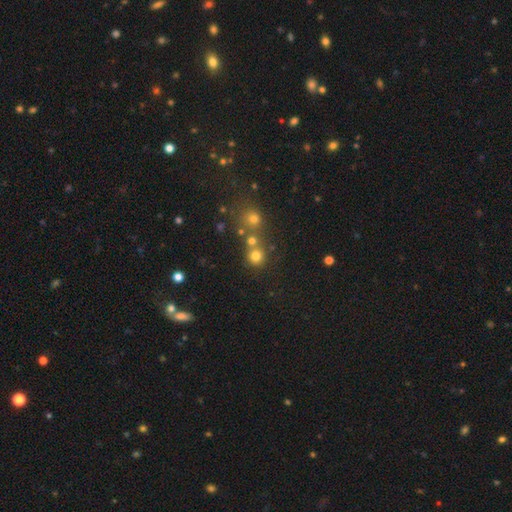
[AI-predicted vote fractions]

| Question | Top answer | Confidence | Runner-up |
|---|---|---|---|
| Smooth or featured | smooth | 76% | star or artifact (17%) |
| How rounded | round | 90% | in between (9%) |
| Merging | none | 65% | merger (24%) |